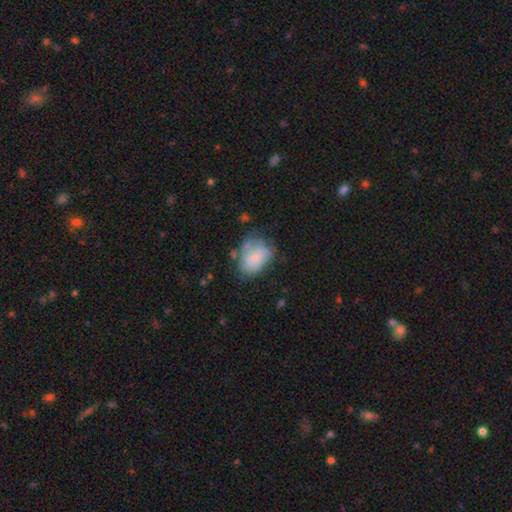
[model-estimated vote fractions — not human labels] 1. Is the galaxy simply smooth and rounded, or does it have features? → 56% smooth, 35% featured or disk, 9% star or artifact.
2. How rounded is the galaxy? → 73% in between, 26% round, 1% cigar-shaped.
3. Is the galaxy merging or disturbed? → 42% none, 32% minor disturbance, 20% major disturbance, 6% merger.